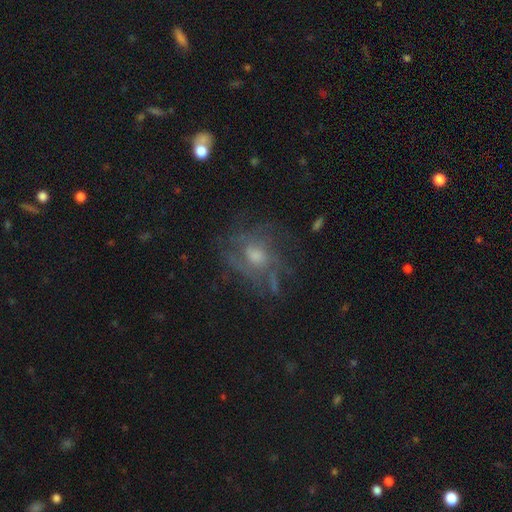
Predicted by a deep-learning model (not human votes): A featured or disk galaxy (60%) with no bar (76%), spiral arms (58%) and a moderate central bulge (52%).

Vote fractions:
- Smooth or featured? featured or disk: 60% / smooth: 24% / star or artifact: 16%
- Edge-on disk? no: 96% / yes: 4%
- Bar? no: 76% / weak: 21% / strong: 3%
- Spiral arms? yes: 58% / no: 42%
- Bulge size? moderate: 52% / small: 29% / large: 10% / none: 7% / dominant: 2%
- Merging? none: 55% / major disturbance: 24% / minor disturbance: 19% / merger: 2%